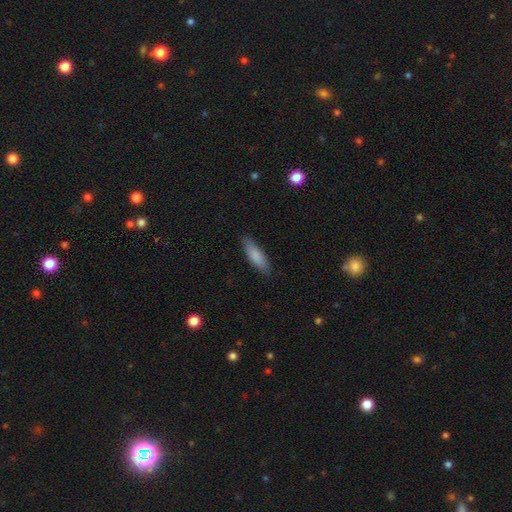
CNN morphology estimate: A smooth galaxy with no disk features (86%) that is cigar-shaped (50%).

Vote fractions:
- Smooth or featured? smooth: 86% / featured or disk: 9% / star or artifact: 5%
- How rounded? cigar-shaped: 50% / in between: 48% / round: 2%
- Merging? none: 86% / minor disturbance: 11% / major disturbance: 2% / merger: 1%